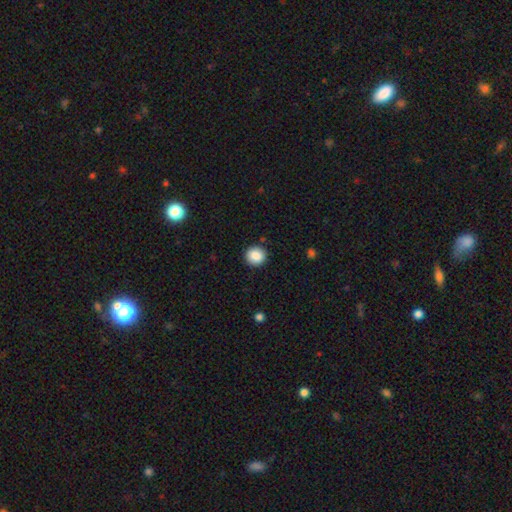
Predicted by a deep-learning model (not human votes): Smooth or featured? smooth (87%)
How rounded? round (91%)
Merging? none (91%)